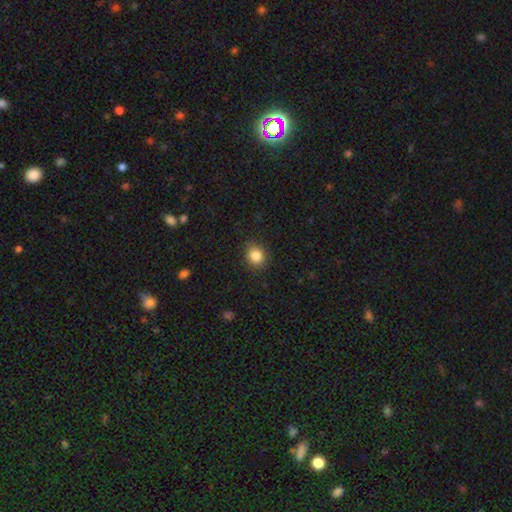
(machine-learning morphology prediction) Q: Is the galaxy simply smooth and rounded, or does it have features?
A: smooth — 85%.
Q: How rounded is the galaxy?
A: round — 76%.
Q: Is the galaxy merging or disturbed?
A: none — 88%.